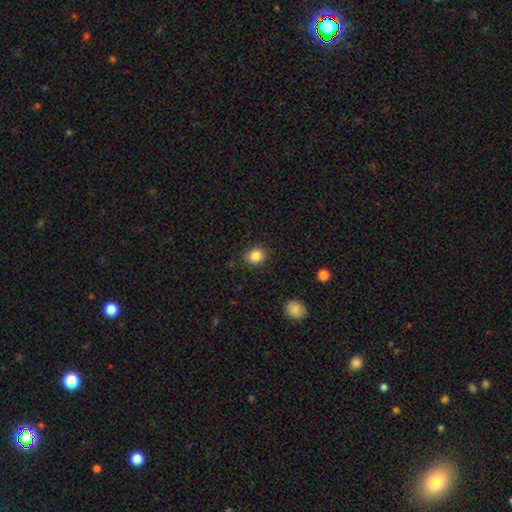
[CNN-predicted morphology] Smooth or featured?
  - smooth: 85% *
  - star or artifact: 9%
  - featured or disk: 5%
How rounded?
  - round: 58% *
  - in between: 41%
  - cigar-shaped: 1%
Merging?
  - none: 88% *
  - minor disturbance: 9%
  - major disturbance: 2%
  - merger: 1%